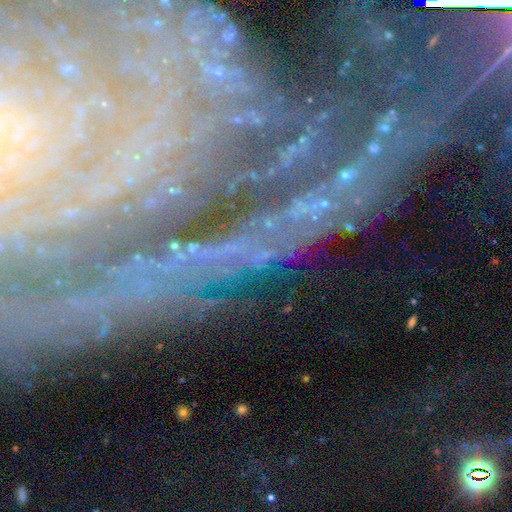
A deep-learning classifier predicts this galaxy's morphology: Smooth or featured? Predicted: star or artifact (p=0.54).